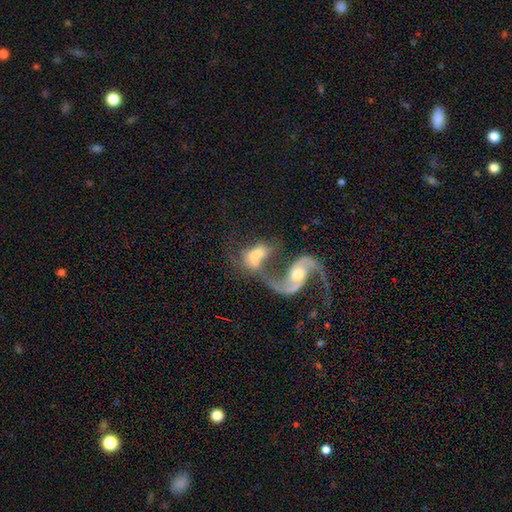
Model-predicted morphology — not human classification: smooth-or-featured: featured or disk: 62% | smooth: 30% | star or artifact: 8%
  disk-edge-on: no: 96% | yes: 4%
    bar: no: 55% | weak: 31% | strong: 14%
    has-spiral-arms: yes: 76% | no: 24%
    bulge-size: moderate: 46% | small: 28% | large: 13% | none: 10% | dominant: 3%
  merging: merger: 69% | major disturbance: 12% | none: 12% | minor disturbance: 7%